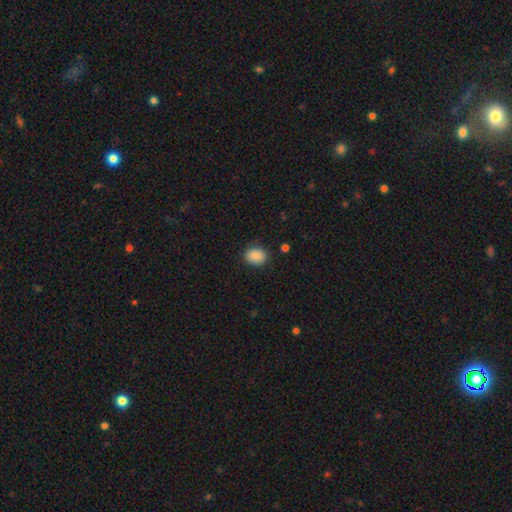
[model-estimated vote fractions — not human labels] Smooth or featured? smooth (86%)
How rounded? round (50%, tied with in between)
Merging? none (86%)